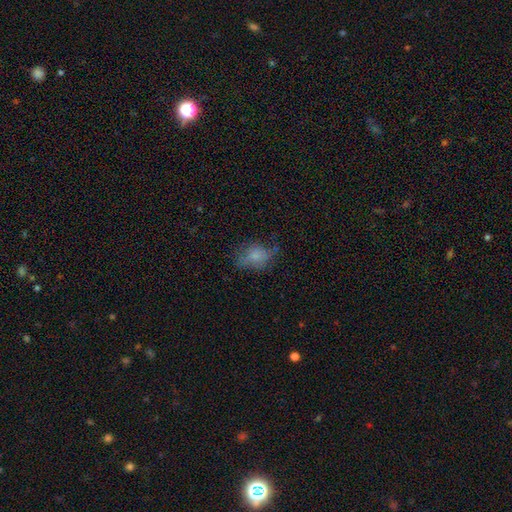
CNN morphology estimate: Smooth or featured?
  - smooth: 65% *
  - featured or disk: 22%
  - star or artifact: 12%
How rounded?
  - in between: 69% *
  - round: 29%
  - cigar-shaped: 2%
Merging?
  - none: 46% *
  - minor disturbance: 30%
  - major disturbance: 22%
  - merger: 2%